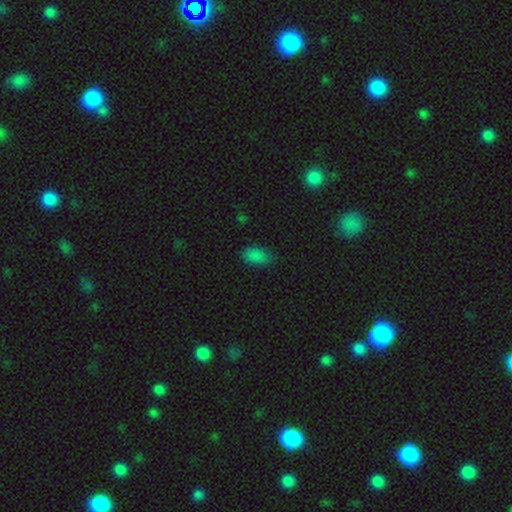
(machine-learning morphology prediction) type=smooth (84%); roundness=in between (93%); merging=none (80%).